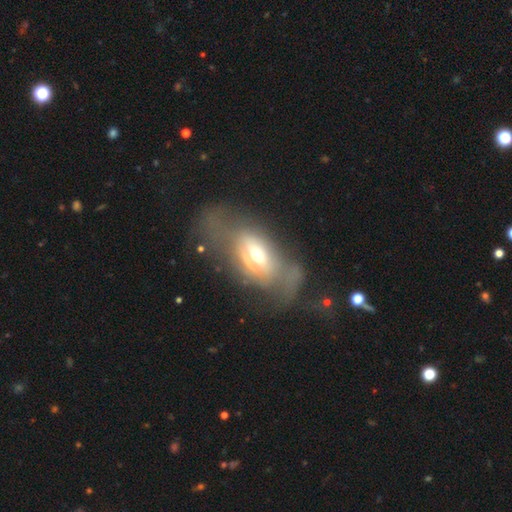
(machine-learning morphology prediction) Smooth or featured? featured or disk (53%)
Edge-on disk? no (82%)
Merging? major disturbance (47%)